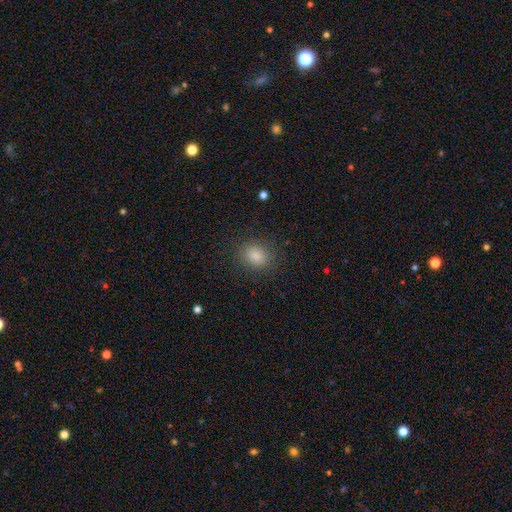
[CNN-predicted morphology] This is clearly a smooth galaxy (86%). How rounded: possibly round (52%). Merging: clearly none (85%).